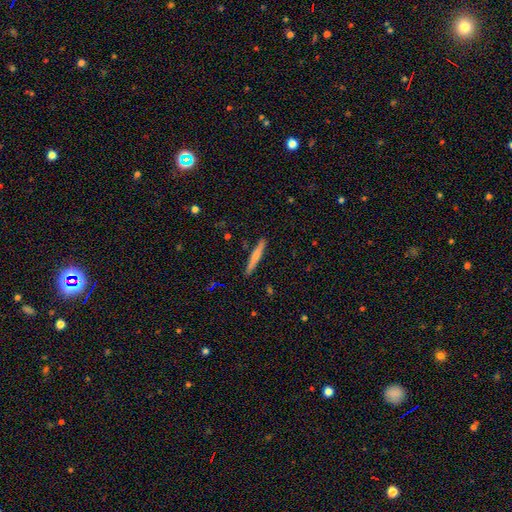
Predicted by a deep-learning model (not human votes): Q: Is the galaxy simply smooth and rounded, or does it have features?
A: smooth — 58%.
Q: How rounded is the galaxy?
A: cigar-shaped — 95%.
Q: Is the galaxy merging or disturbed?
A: none — 89%.